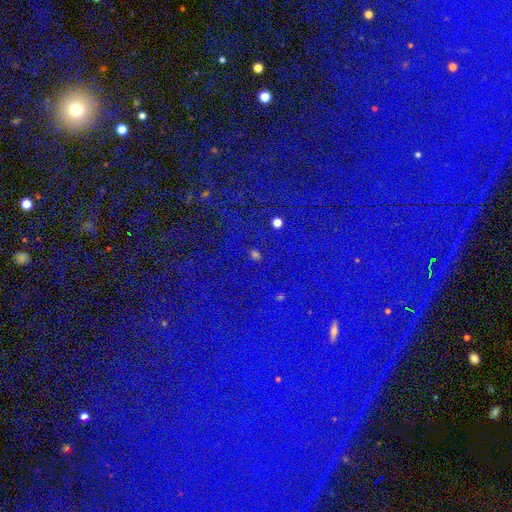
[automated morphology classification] Overall: star or artifact (84%).